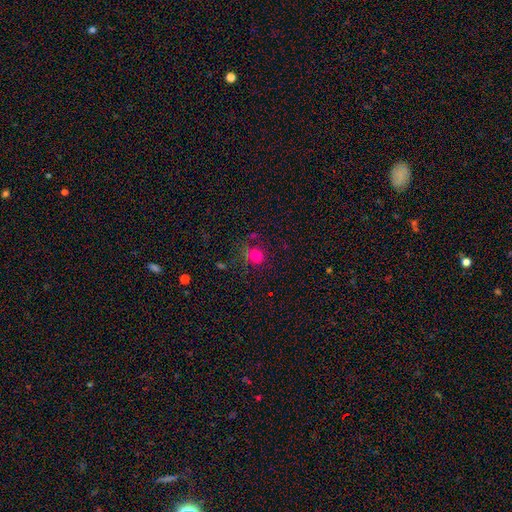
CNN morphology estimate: Smooth or featured? Predicted: smooth (p=0.77). How rounded? Predicted: round (p=0.83). Merging? Predicted: none (p=0.71).